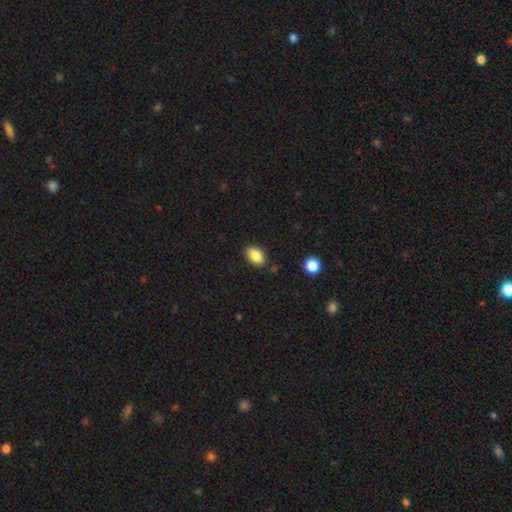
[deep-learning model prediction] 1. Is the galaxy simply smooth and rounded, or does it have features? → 87% smooth, 8% star or artifact, 5% featured or disk.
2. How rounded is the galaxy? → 85% in between, 14% round, 1% cigar-shaped.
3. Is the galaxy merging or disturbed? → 85% none, 11% minor disturbance, 2% major disturbance, 2% merger.